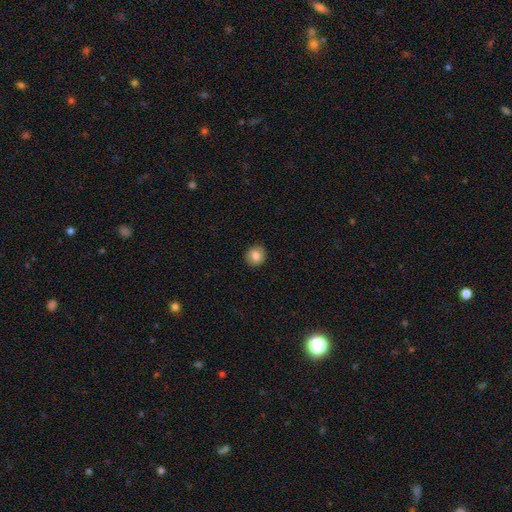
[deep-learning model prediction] smooth 76%, featured or disk 15%, star or artifact 9%. Down the decision tree: how rounded — round (86%); merging — none (89%).